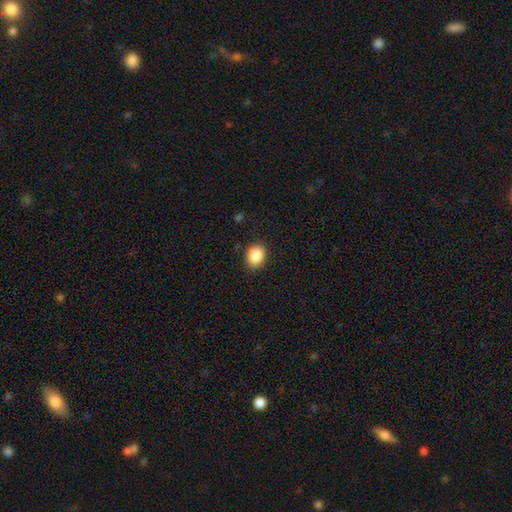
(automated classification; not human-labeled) smooth_or_featured: smooth (p=0.88) [alt: star or artifact p=0.08]
how_rounded: in between (p=0.59) [alt: round p=0.40]
merging: none (p=0.87) [alt: minor disturbance p=0.09]